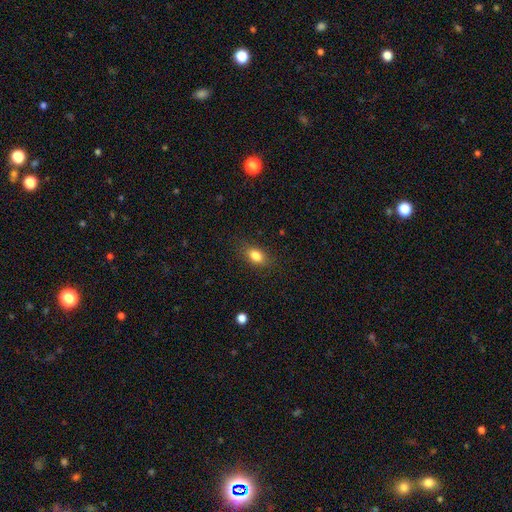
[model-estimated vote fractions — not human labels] A smooth galaxy with no disk features (83%) that is in between round and cigar-shaped (82%). Merging: none (84%).